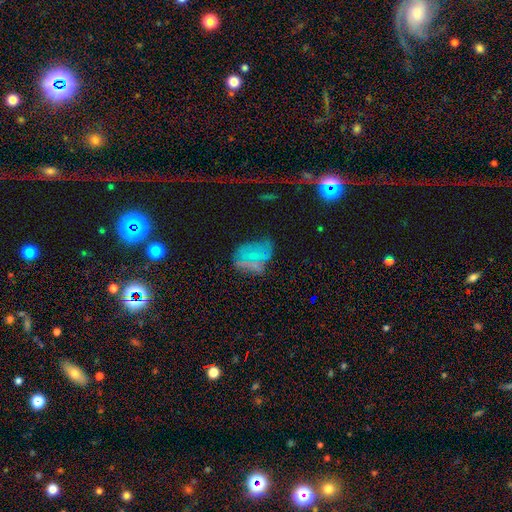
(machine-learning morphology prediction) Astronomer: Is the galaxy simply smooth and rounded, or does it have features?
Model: smooth — 39% (runner-up: star or artifact, 37%).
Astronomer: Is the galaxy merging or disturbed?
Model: none — 50%.